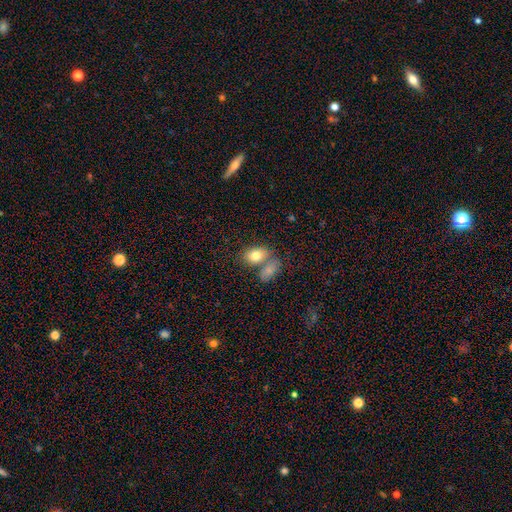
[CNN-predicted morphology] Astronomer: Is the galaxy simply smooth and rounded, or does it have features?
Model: smooth — 79%.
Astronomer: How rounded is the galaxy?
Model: in between — 81%.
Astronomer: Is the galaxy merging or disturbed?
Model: none — 45% (runner-up: merger, 40%).